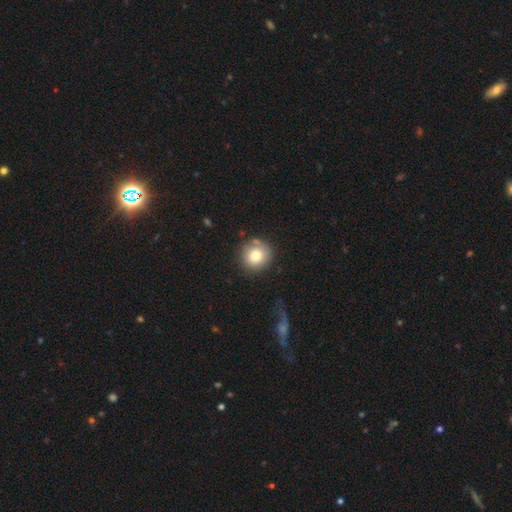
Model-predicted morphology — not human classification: smooth-or-featured: smooth: 79% | featured or disk: 12% | star or artifact: 9%
  how-rounded: round: 90% | in between: 9% | cigar-shaped: 1%
  merging: none: 76% | minor disturbance: 14% | merger: 6% | major disturbance: 5%